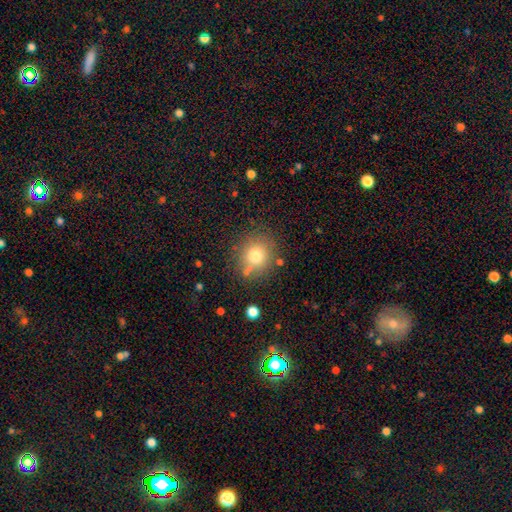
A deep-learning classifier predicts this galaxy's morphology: smooth_or_featured: smooth (p=0.74) [alt: star or artifact p=0.14]
how_rounded: round (p=0.87) [alt: in between p=0.12]
merging: none (p=0.75) [alt: minor disturbance p=0.14]